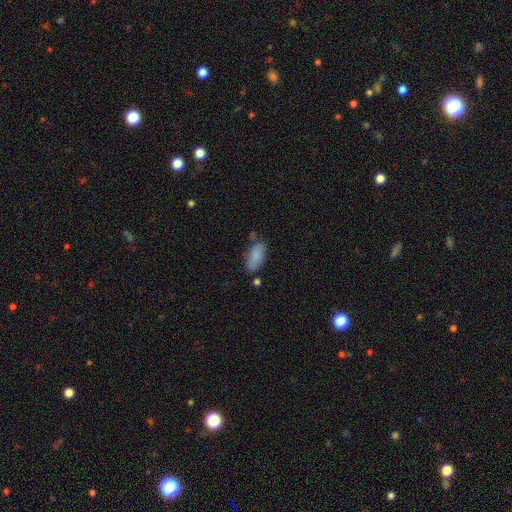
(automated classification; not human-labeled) smooth_or_featured: smooth (p=0.85) [alt: featured or disk p=0.08]
how_rounded: in between (p=0.90) [alt: cigar-shaped p=0.08]
merging: none (p=0.72) [alt: minor disturbance p=0.18]